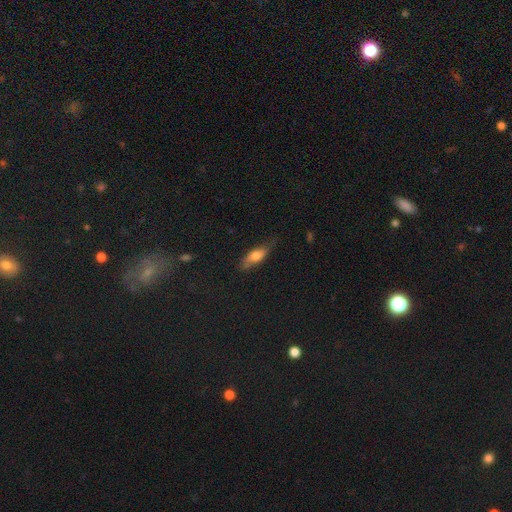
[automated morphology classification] This appears to be a smooth galaxy with no disk features (59%) that is in between round and cigar-shaped (60%). Merging: none (66%).